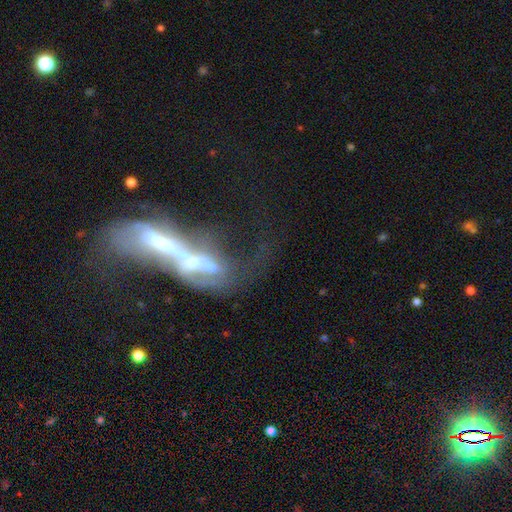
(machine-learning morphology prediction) Smooth or featured? featured or disk (67%)
Edge-on disk? no (64%)
Merging? merger (65%)